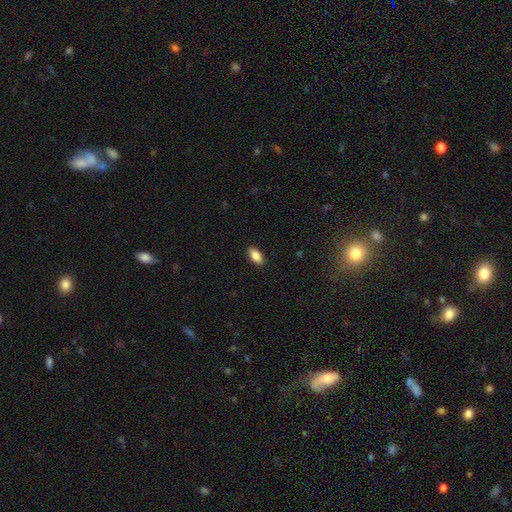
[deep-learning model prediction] Q: Smooth or featured?
A: smooth (88%); runner-up: star or artifact (7%)
Q: How rounded?
A: in between (91%); runner-up: cigar-shaped (6%)
Q: Merging?
A: none (89%); runner-up: minor disturbance (8%)